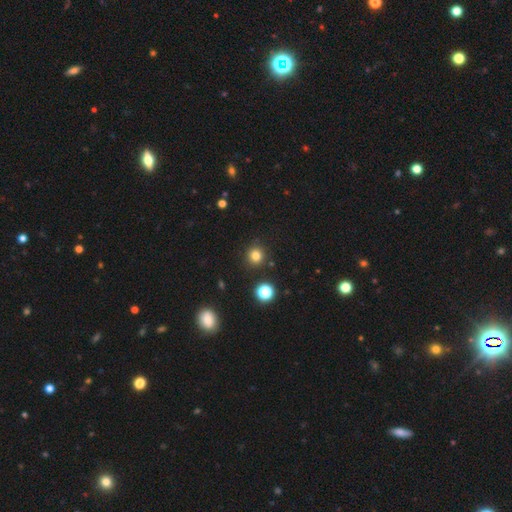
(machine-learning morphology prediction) smooth-or-featured: smooth: 79% | star or artifact: 15% | featured or disk: 5%
  how-rounded: round: 92% | in between: 7% | cigar-shaped: 1%
  merging: none: 88% | minor disturbance: 7% | merger: 3% | major disturbance: 2%